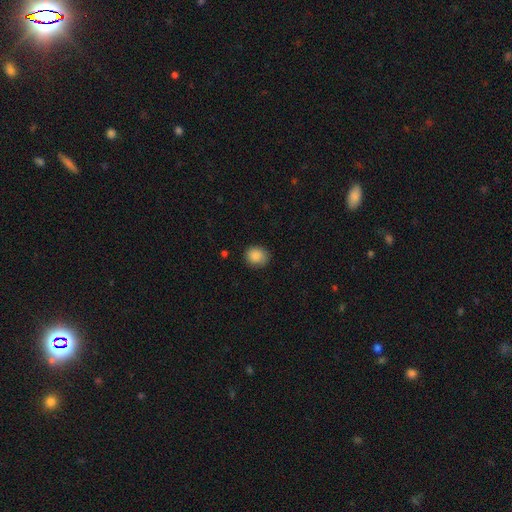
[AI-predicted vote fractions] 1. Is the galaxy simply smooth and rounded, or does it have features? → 87% smooth, 8% star or artifact, 4% featured or disk.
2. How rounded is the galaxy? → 78% round, 21% in between, 1% cigar-shaped.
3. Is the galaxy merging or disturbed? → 81% none, 15% minor disturbance, 3% major disturbance, 1% merger.